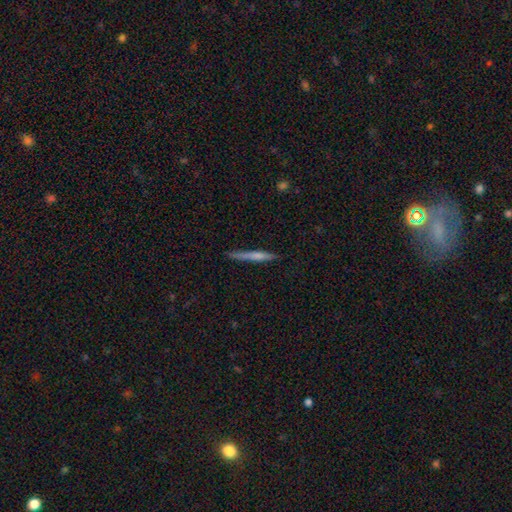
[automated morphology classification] Smooth or featured? Predicted: smooth (p=0.58). How rounded? Predicted: cigar-shaped (p=0.96). Merging? Predicted: none (p=0.84).